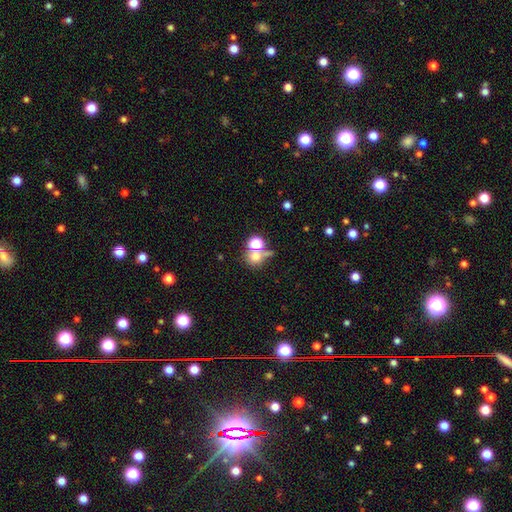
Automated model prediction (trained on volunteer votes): Q: Smooth or featured?
A: smooth (64%); runner-up: star or artifact (23%)
Q: How rounded?
A: round (83%); runner-up: in between (16%)
Q: Merging?
A: none (47%); runner-up: merger (38%)